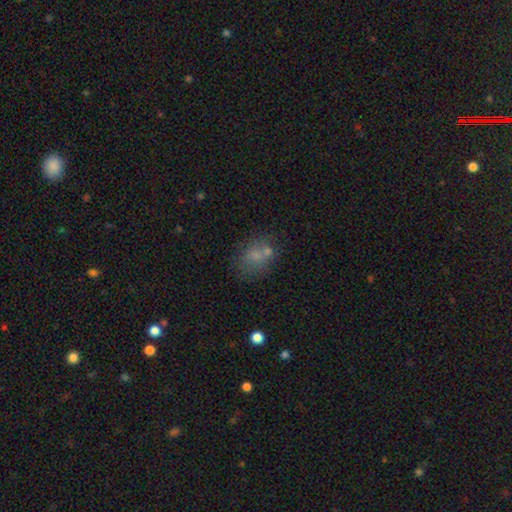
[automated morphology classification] smooth 65%, featured or disk 19%, star or artifact 16%. Down the decision tree: how rounded — in between (57%); merging — none (49%).